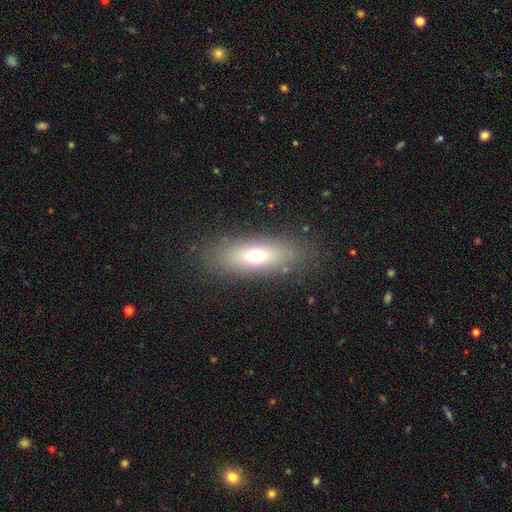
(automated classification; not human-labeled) Q: Smooth or featured?
A: smooth (65%); runner-up: featured or disk (24%)
Q: How rounded?
A: in between (69%); runner-up: cigar-shaped (26%)
Q: Merging?
A: none (83%); runner-up: minor disturbance (10%)